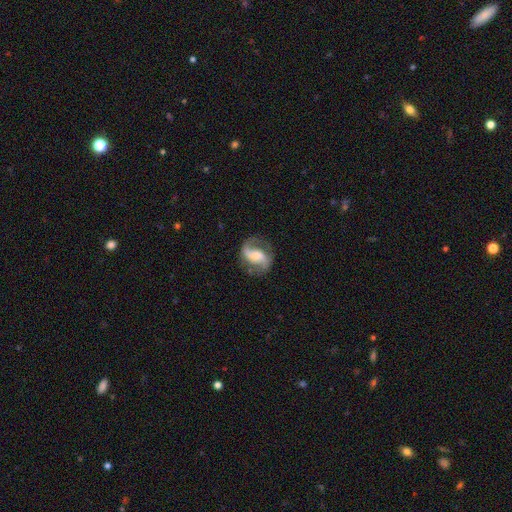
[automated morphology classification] Smooth or featured? featured or disk (80%)
Edge-on disk? no (97%)
Bar? weak (41%)
Spiral arms? yes (94%)
Spiral winding? medium (43%, tied with loose)
Spiral arm count? 2 (85%)
Bulge size? moderate (43%)
Merging? none (71%)